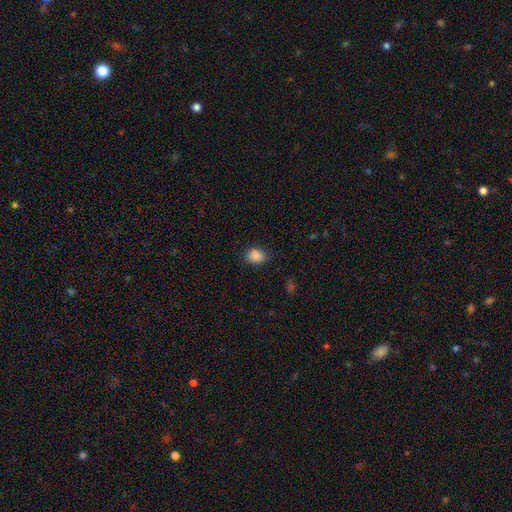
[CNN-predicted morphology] smooth_or_featured: smooth (p=0.87) [alt: star or artifact p=0.09]
how_rounded: in between (p=0.66) [alt: round p=0.33]
merging: none (p=0.75) [alt: minor disturbance p=0.19]